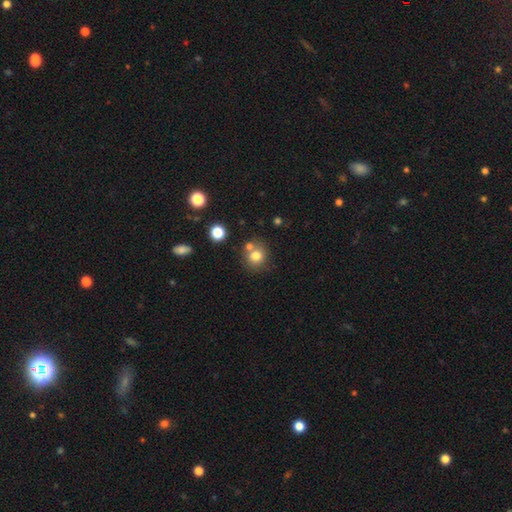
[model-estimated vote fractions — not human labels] Morphology: type=smooth (77%); roundness=round (85%); merging=none (63%).